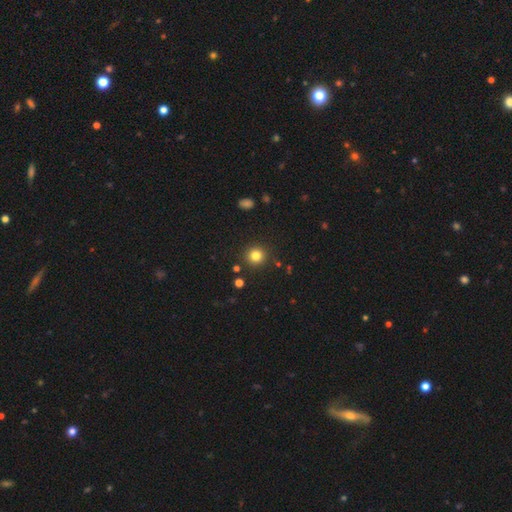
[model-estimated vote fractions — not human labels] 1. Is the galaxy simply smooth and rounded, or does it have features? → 81% smooth, 13% star or artifact, 6% featured or disk.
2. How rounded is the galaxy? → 93% round, 7% in between, 1% cigar-shaped.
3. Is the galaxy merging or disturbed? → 89% none, 6% minor disturbance, 2% major disturbance, 2% merger.